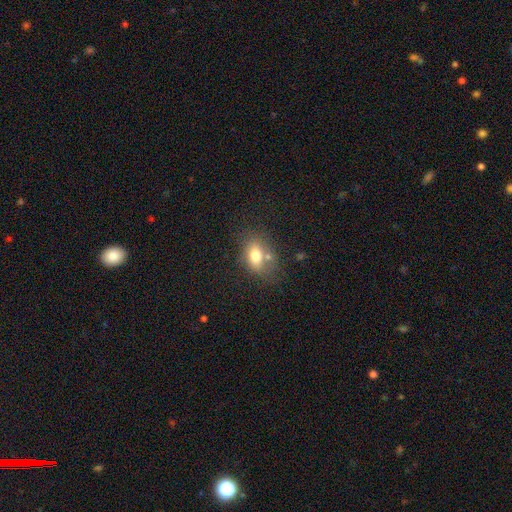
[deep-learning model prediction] This is likely a smooth galaxy (73%). How rounded: likely in between (74%). Merging: possibly none (53%).